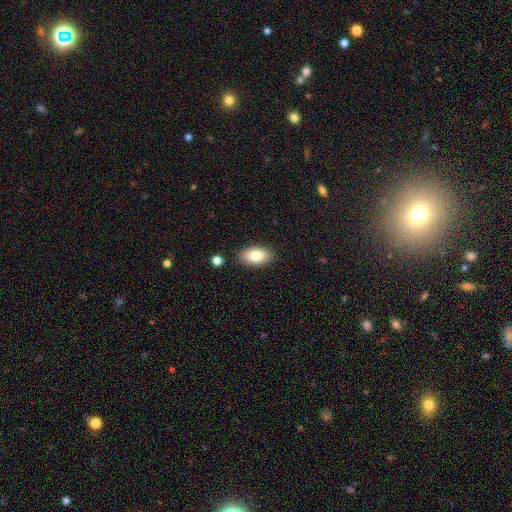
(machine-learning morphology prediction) Smooth or featured?
  - smooth: 81% *
  - featured or disk: 12%
  - star or artifact: 7%
How rounded?
  - in between: 93% *
  - round: 5%
  - cigar-shaped: 2%
Merging?
  - none: 86% *
  - minor disturbance: 9%
  - merger: 2%
  - major disturbance: 2%